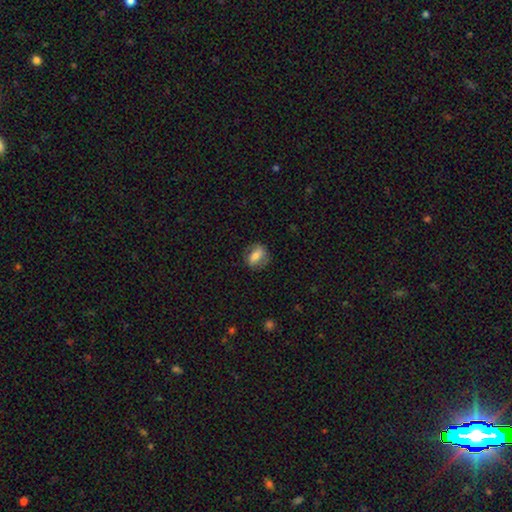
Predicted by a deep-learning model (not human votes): smooth 59%, featured or disk 33%, star or artifact 8%. Down the decision tree: how rounded — in between (63%); merging — none (76%).